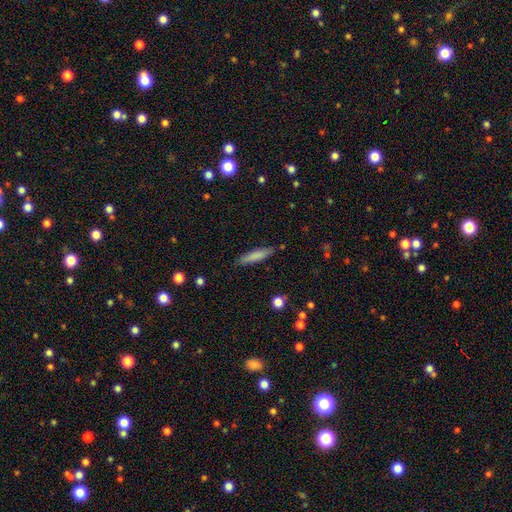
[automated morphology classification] Q: Smooth or featured?
A: smooth (80%); runner-up: featured or disk (14%)
Q: How rounded?
A: cigar-shaped (84%); runner-up: in between (15%)
Q: Merging?
A: none (86%); runner-up: minor disturbance (10%)